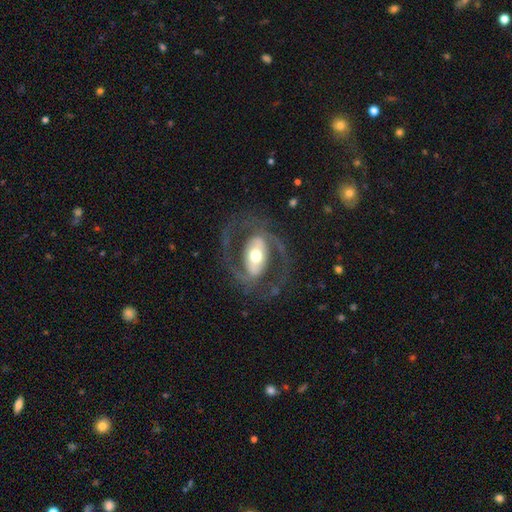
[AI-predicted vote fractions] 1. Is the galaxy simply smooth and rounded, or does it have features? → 85% featured or disk, 11% smooth, 5% star or artifact.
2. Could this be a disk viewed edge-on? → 95% no, 5% yes.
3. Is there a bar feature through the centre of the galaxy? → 54% strong, 25% weak, 20% no.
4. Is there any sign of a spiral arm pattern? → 84% yes, 16% no.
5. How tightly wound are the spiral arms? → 54% medium, 23% loose, 23% tight.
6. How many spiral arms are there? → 90% 2, 4% can't tell, 3% 1, 1% 3, 1% 4, 1% more than 4.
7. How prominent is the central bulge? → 64% moderate, 20% large, 13% small, 2% dominant, 1% none.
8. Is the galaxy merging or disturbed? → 71% none, 15% major disturbance, 13% minor disturbance, 1% merger.